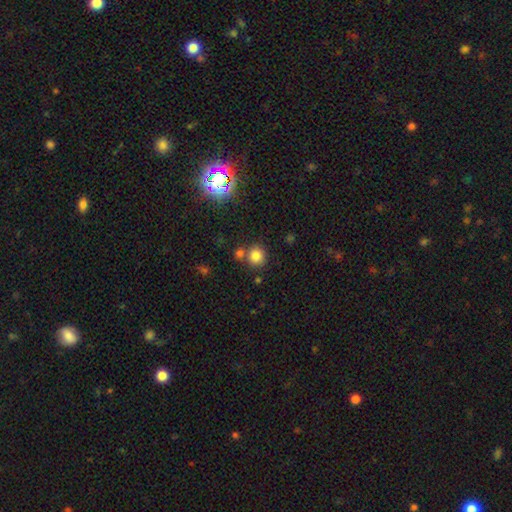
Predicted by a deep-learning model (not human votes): Smooth or featured? smooth (80%)
How rounded? round (89%)
Merging? none (71%)